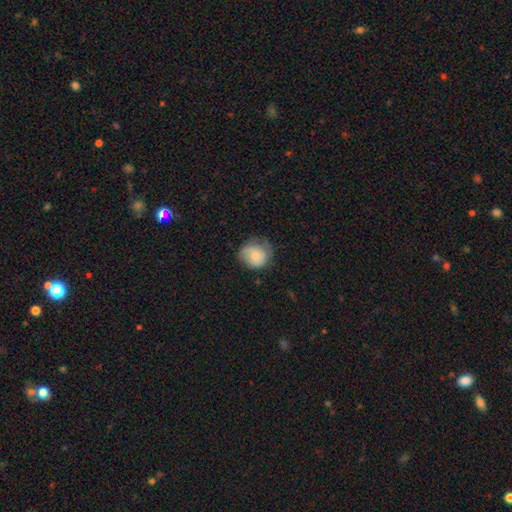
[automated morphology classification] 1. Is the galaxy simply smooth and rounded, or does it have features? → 67% smooth, 26% featured or disk, 8% star or artifact.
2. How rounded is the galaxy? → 77% round, 22% in between, 1% cigar-shaped.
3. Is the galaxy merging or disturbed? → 58% none, 29% minor disturbance, 12% major disturbance, 1% merger.